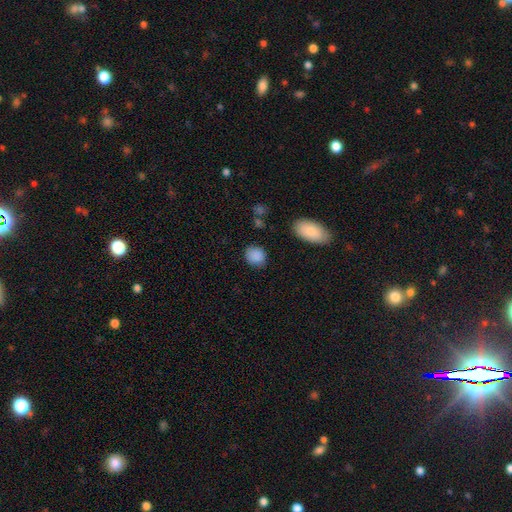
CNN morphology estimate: Smooth or featured? Predicted: smooth (p=0.88). How rounded? Predicted: round (p=0.70). Merging? Predicted: none (p=0.83).